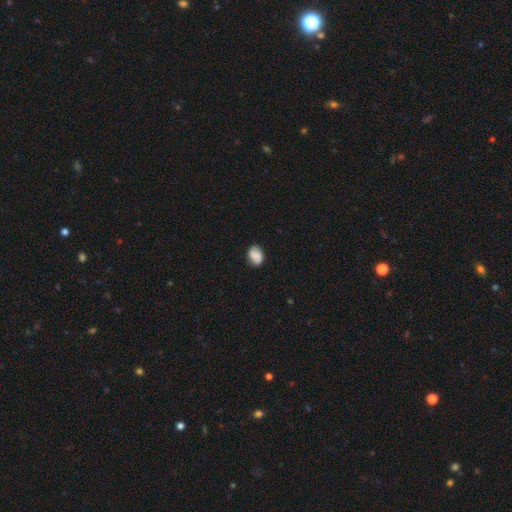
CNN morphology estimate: Smooth or featured? smooth (65%)
How rounded? in between (69%)
Merging? none (78%)